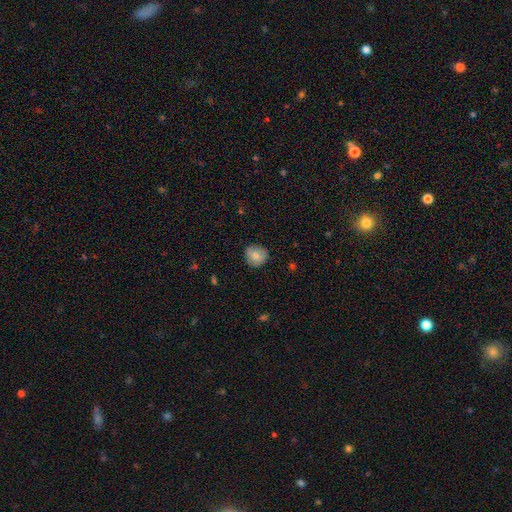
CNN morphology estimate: Smooth or featured? smooth (72%)
How rounded? round (89%)
Merging? none (80%)